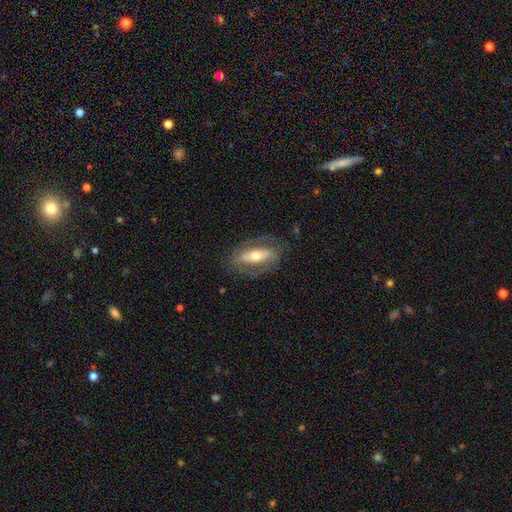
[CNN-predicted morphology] smooth_or_featured: featured or disk (p=0.68) [alt: smooth p=0.27]
disk_edge_on: no (p=0.81) [alt: yes p=0.19]
bar: strong (p=0.52) [alt: no p=0.29]
has_spiral_arms: yes (p=0.59) [alt: no p=0.41]
bulge_size: moderate (p=0.64) [alt: small p=0.25]
merging: none (p=0.73) [alt: minor disturbance p=0.16]